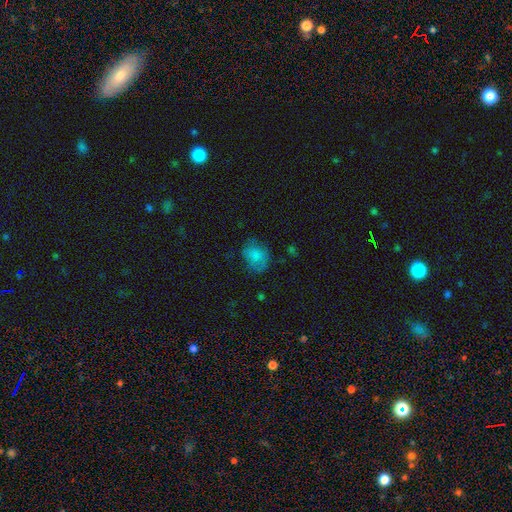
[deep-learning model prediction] Smooth or featured? Predicted: smooth (p=0.75). How rounded? Predicted: round (p=0.51). Merging? Predicted: none (p=0.60).